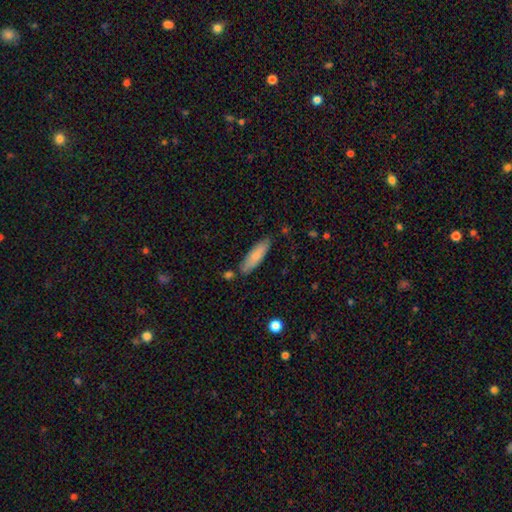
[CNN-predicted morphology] smooth-or-featured: smooth: 77% | featured or disk: 17% | star or artifact: 6%
  how-rounded: cigar-shaped: 58% | in between: 40% | round: 2%
  merging: none: 80% | minor disturbance: 14% | merger: 4% | major disturbance: 2%